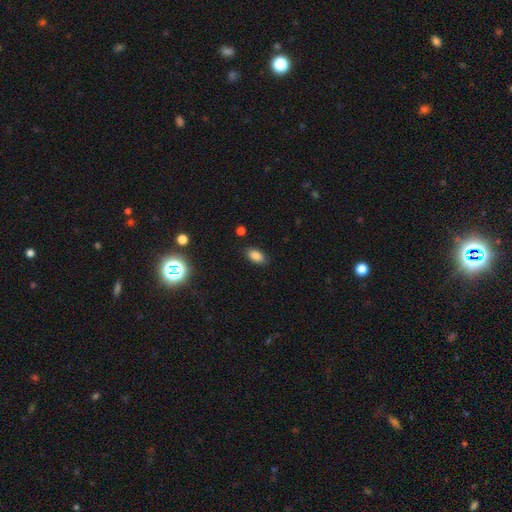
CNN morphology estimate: smooth_or_featured: smooth (p=0.84) [alt: star or artifact p=0.10]
how_rounded: in between (p=0.91) [alt: round p=0.06]
merging: none (p=0.85) [alt: minor disturbance p=0.11]